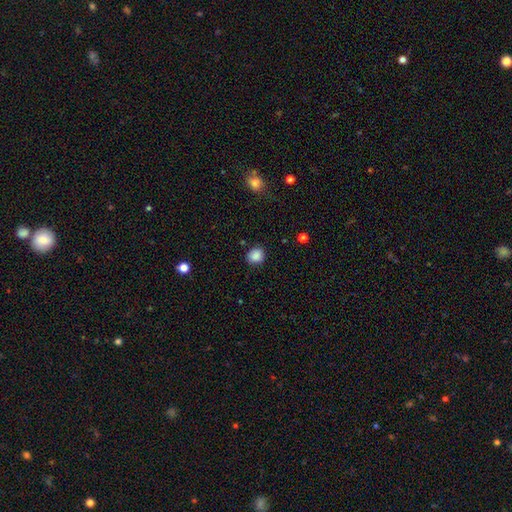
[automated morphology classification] Smooth or featured? Predicted: smooth (p=0.87). How rounded? Predicted: round (p=0.73). Merging? Predicted: none (p=0.84).